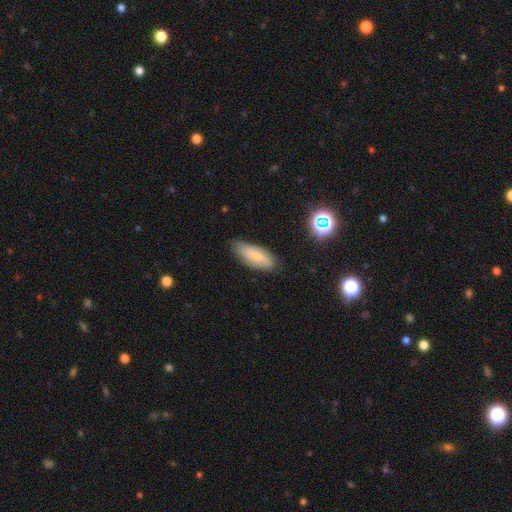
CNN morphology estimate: smooth 65%, featured or disk 26%, star or artifact 9%. Down the decision tree: how rounded — in between (72%); merging — none (77%).